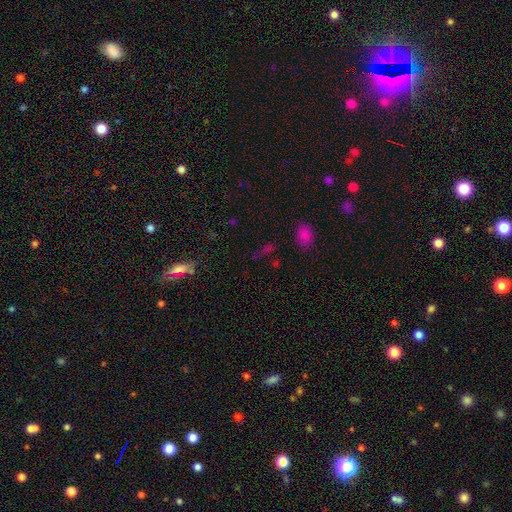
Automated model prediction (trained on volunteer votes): Q: Smooth or featured?
A: star or artifact (49%); runner-up: smooth (41%)